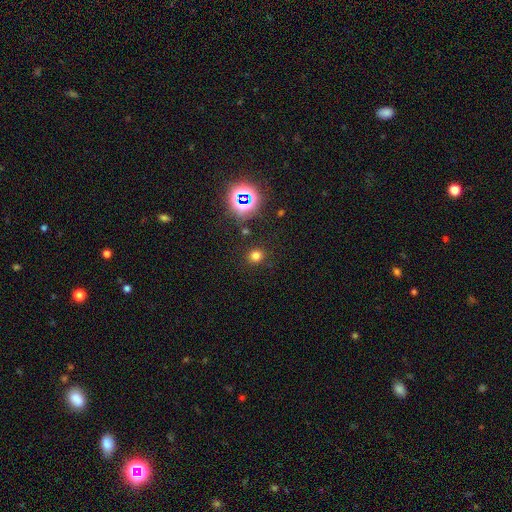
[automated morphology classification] smooth-or-featured: smooth: 71% | star or artifact: 23% | featured or disk: 6%
  how-rounded: round: 86% | in between: 13% | cigar-shaped: 1%
  merging: none: 87% | minor disturbance: 7% | major disturbance: 3% | merger: 2%